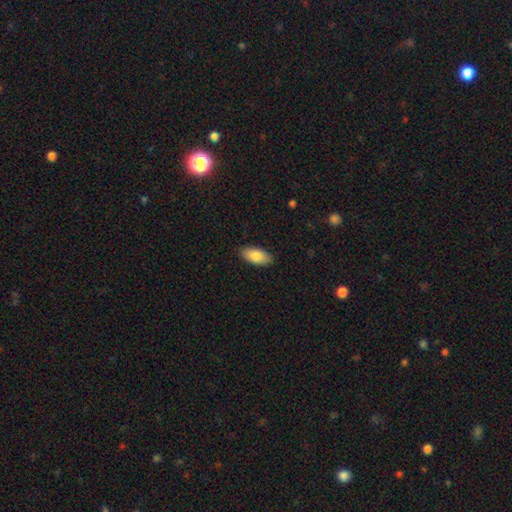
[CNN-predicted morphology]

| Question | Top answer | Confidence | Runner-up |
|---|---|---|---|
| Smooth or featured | smooth | 85% | featured or disk (9%) |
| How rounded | in between | 91% | cigar-shaped (7%) |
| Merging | none | 88% | minor disturbance (9%) |